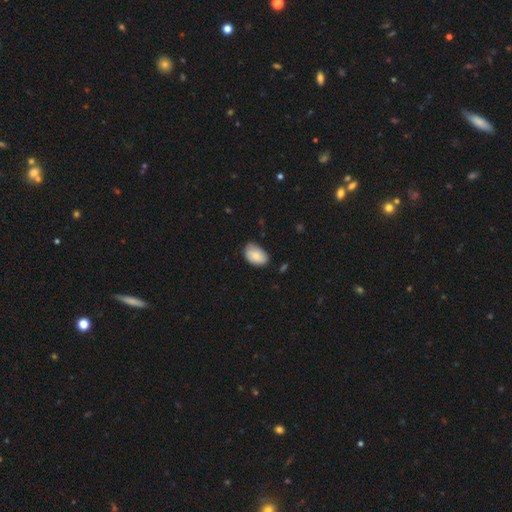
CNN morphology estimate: smooth 82%, featured or disk 11%, star or artifact 6%. Down the decision tree: how rounded — in between (90%); merging — none (66%).